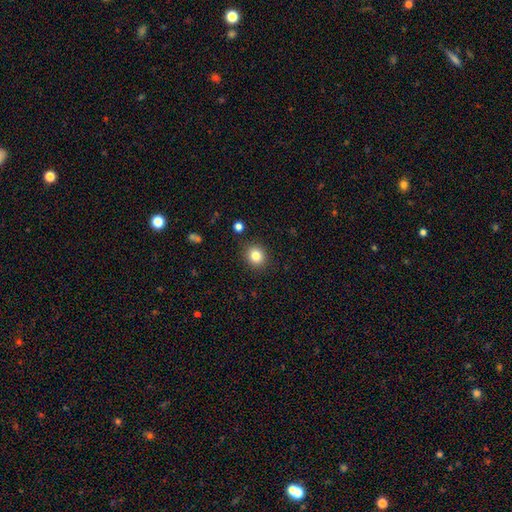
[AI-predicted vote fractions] Smooth or featured? Predicted: smooth (p=0.82). How rounded? Predicted: round (p=0.78). Merging? Predicted: none (p=0.88).